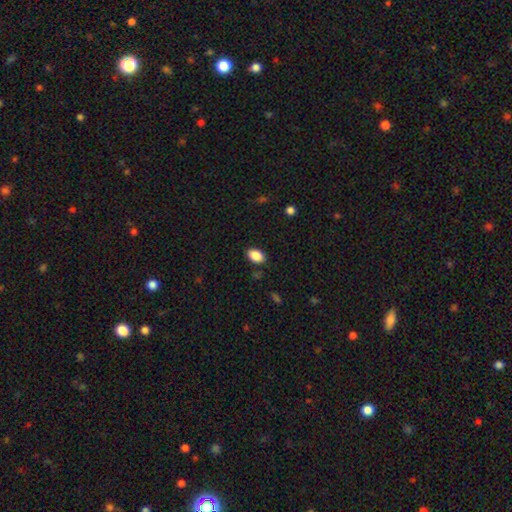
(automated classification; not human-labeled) Smooth or featured? Predicted: smooth (p=0.89). How rounded? Predicted: in between (p=0.89). Merging? Predicted: none (p=0.86).